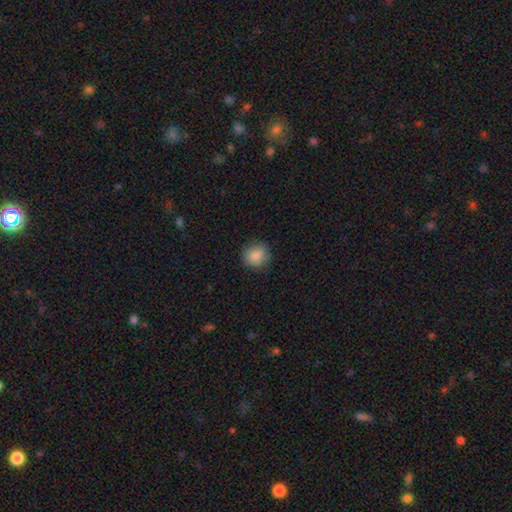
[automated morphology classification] type=smooth (84%); roundness=round (87%); merging=none (87%).